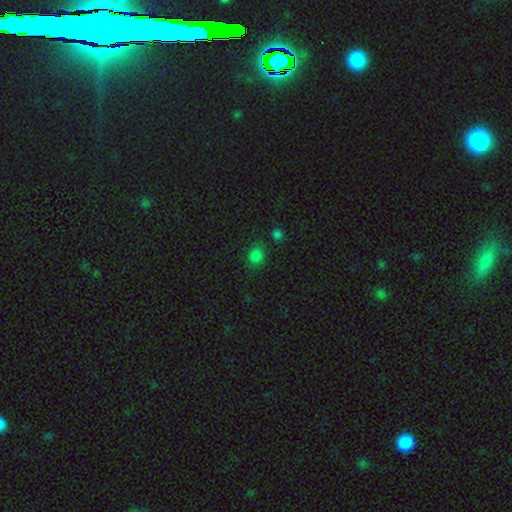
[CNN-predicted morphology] type=smooth (79%); roundness=round (74%); merging=none (80%).